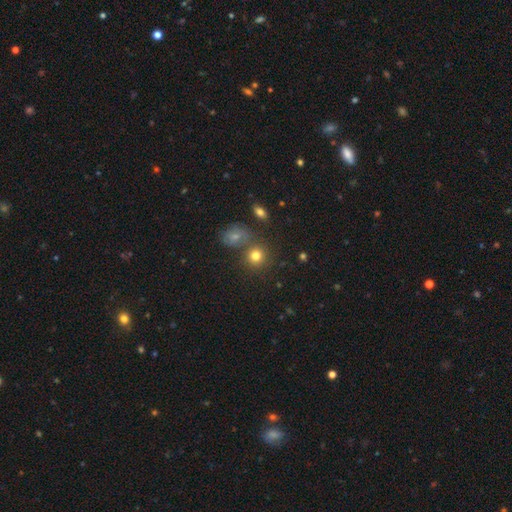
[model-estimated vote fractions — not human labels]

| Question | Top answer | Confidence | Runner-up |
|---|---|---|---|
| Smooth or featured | smooth | 78% | star or artifact (13%) |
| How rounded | round | 86% | in between (13%) |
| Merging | none | 71% | merger (16%) |